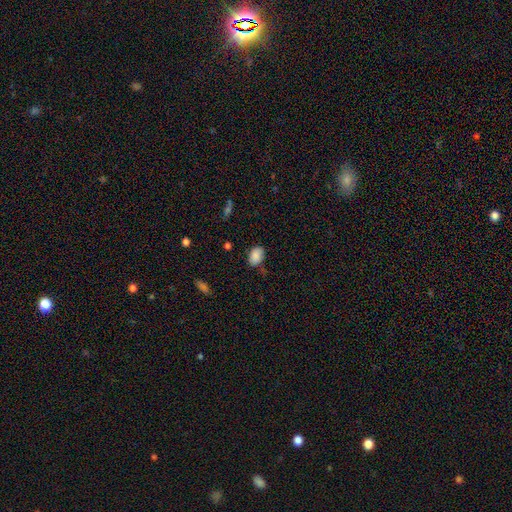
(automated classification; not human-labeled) This is clearly a smooth galaxy (87%). How rounded: clearly in between (83%). Merging: likely none (74%).